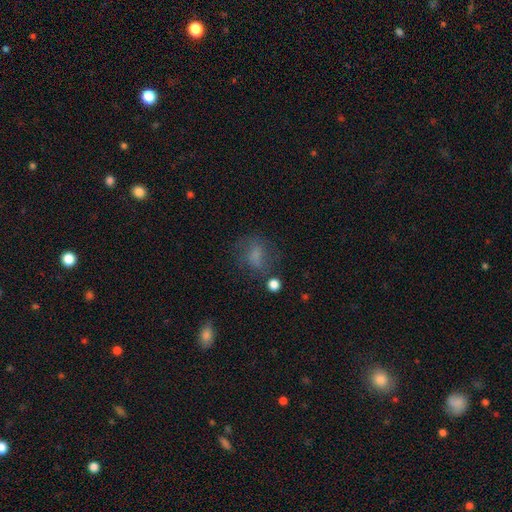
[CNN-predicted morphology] type=smooth (60%); roundness=in between (53%); merging=none (55%).